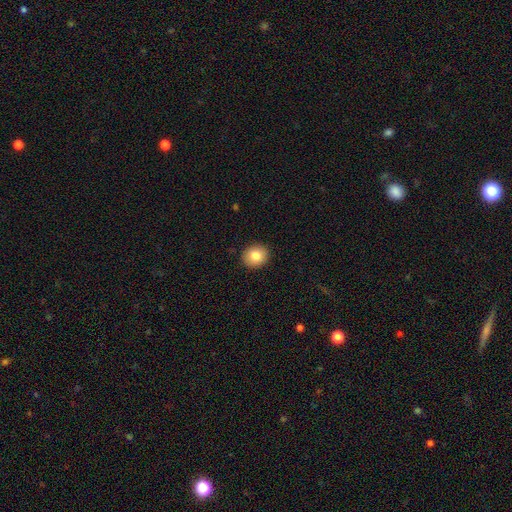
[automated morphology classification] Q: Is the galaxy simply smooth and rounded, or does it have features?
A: smooth — 82%.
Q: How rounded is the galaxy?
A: round — 76%.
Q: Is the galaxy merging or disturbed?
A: none — 91%.